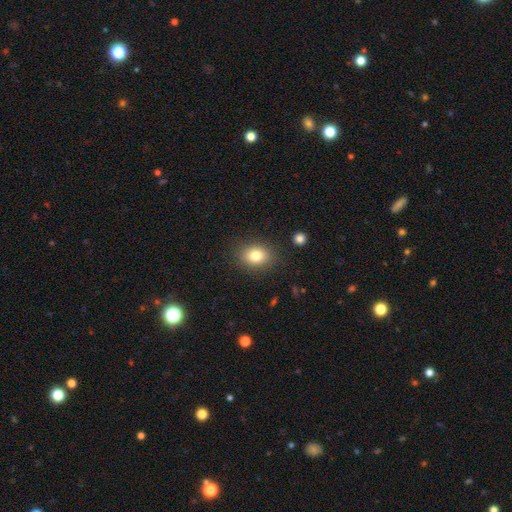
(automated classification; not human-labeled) Smooth or featured? smooth (81%)
How rounded? in between (58%)
Merging? none (86%)